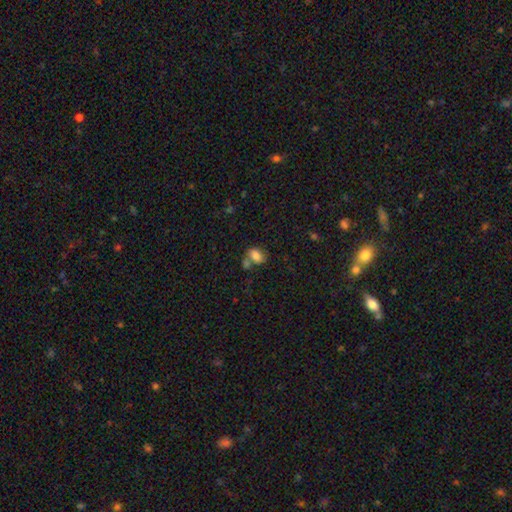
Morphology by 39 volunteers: A smooth galaxy with no disk features (82%) that is in between round and cigar-shaped (81%).

Vote fractions:
- Smooth or featured? smooth: 82% / featured or disk: 13% / star or artifact: 5%
- How rounded? in between: 81% / round: 16% / cigar-shaped: 3%
- Merging? none: 35% / minor disturbance: 27% / merger: 22% / major disturbance: 16%